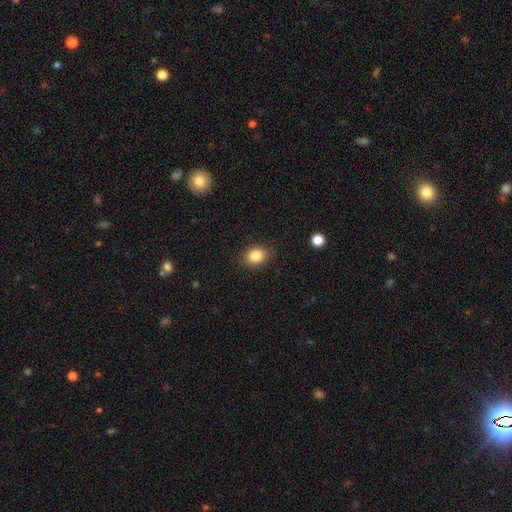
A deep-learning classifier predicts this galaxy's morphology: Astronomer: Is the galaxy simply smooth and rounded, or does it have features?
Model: smooth — 85%.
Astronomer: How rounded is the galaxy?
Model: in between — 53% (runner-up: round, 46%).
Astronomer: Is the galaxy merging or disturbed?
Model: none — 87%.